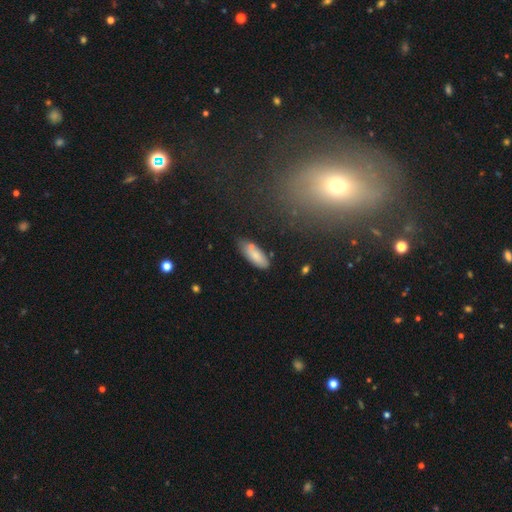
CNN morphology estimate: Smooth or featured: smooth — 78% (featured or disk — 15%)
How rounded: in between — 69% (cigar-shaped — 29%)
Merging: none — 67% (minor disturbance — 20%)